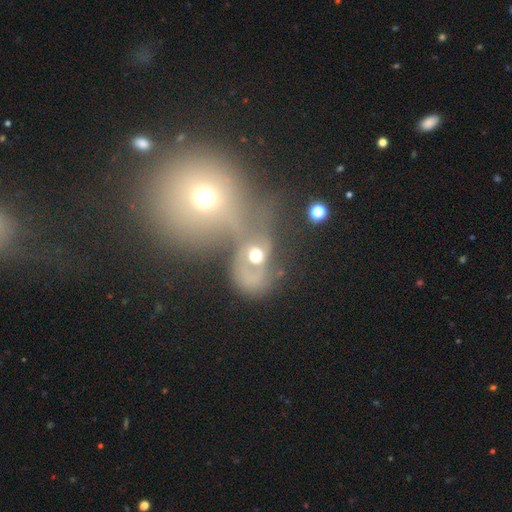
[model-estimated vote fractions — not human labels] Smooth or featured? Predicted: featured or disk (p=0.44). Merging? Predicted: merger (p=0.64).